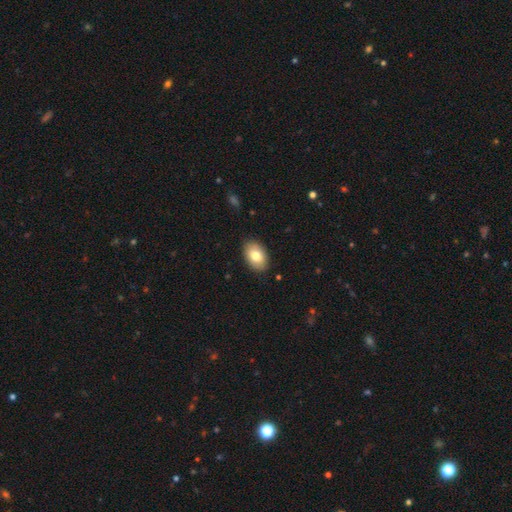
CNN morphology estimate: Q: Smooth or featured?
A: smooth (80%); runner-up: featured or disk (14%)
Q: How rounded?
A: in between (89%); runner-up: round (9%)
Q: Merging?
A: none (87%); runner-up: minor disturbance (10%)